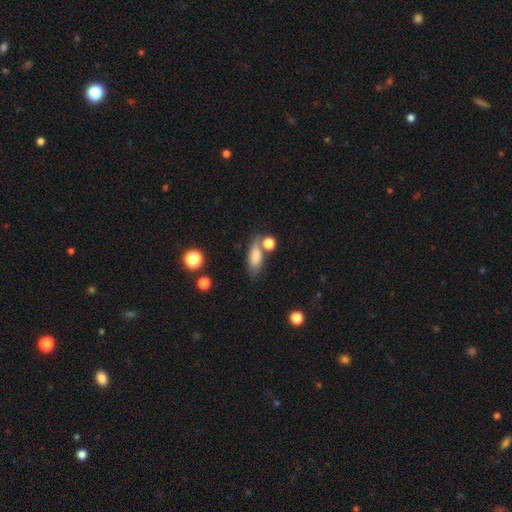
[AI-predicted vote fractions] Smooth or featured?
  - smooth: 76% *
  - featured or disk: 15%
  - star or artifact: 9%
How rounded?
  - in between: 75% *
  - cigar-shaped: 19%
  - round: 6%
Merging?
  - none: 56% *
  - merger: 19%
  - minor disturbance: 18%
  - major disturbance: 7%